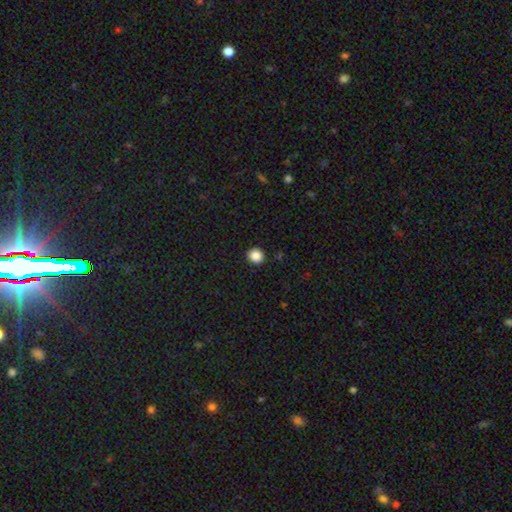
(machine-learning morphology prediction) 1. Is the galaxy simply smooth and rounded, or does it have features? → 87% smooth, 10% star or artifact, 3% featured or disk.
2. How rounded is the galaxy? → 90% round, 9% in between, 1% cigar-shaped.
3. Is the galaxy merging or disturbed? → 92% none, 5% minor disturbance, 2% major disturbance, 1% merger.